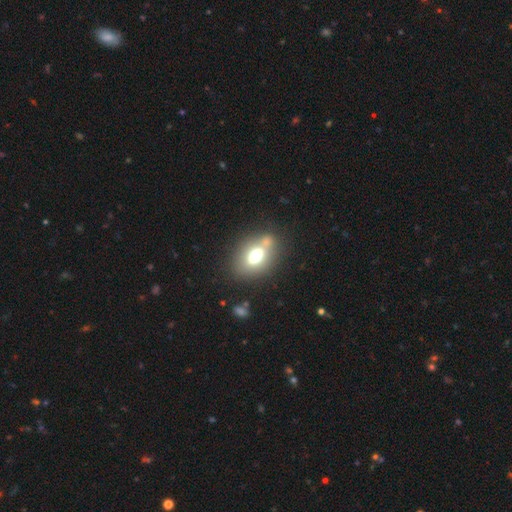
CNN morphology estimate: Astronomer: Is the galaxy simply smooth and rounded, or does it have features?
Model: smooth — 64%.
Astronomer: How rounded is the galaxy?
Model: in between — 79%.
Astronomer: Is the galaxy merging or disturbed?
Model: none — 61%.